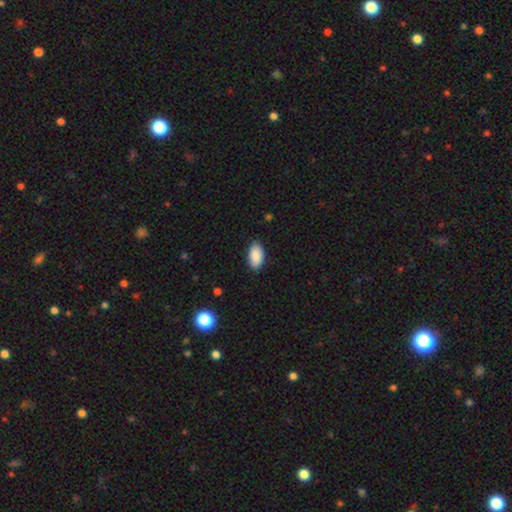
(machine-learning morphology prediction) Smooth or featured? Predicted: smooth (p=0.90). How rounded? Predicted: in between (p=0.95). Merging? Predicted: none (p=0.86).